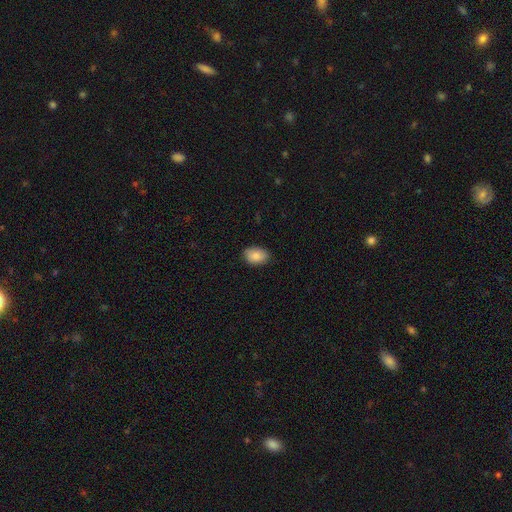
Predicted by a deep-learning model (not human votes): This is clearly a smooth galaxy (88%). How rounded: clearly in between (85%). Merging: clearly none (85%).